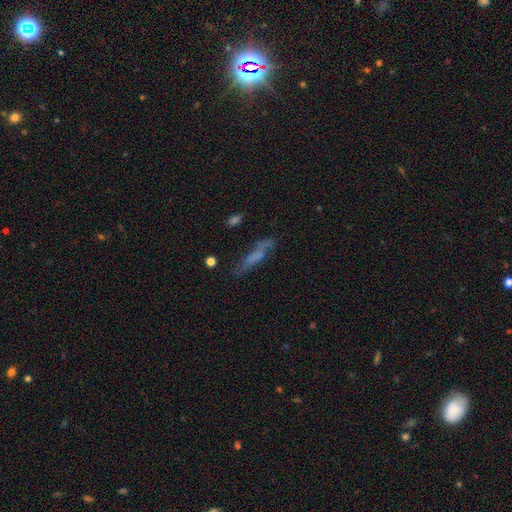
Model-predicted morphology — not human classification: smooth-or-featured: smooth: 53% | featured or disk: 35% | star or artifact: 11%
  how-rounded: cigar-shaped: 83% | in between: 15% | round: 2%
  merging: none: 63% | minor disturbance: 21% | major disturbance: 10% | merger: 5%